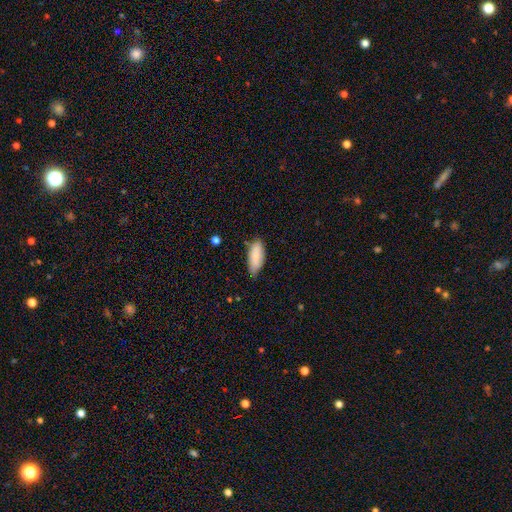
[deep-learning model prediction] smooth-or-featured: smooth: 82% | featured or disk: 12% | star or artifact: 6%
  how-rounded: in between: 81% | cigar-shaped: 17% | round: 2%
  merging: none: 59% | minor disturbance: 33% | major disturbance: 5% | merger: 2%